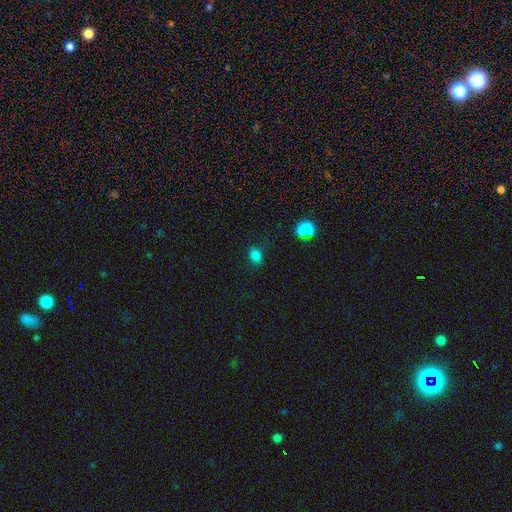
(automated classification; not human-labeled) Smooth or featured: smooth — 82% (star or artifact — 14%)
How rounded: in between — 57% (round — 42%)
Merging: none — 83% (minor disturbance — 12%)